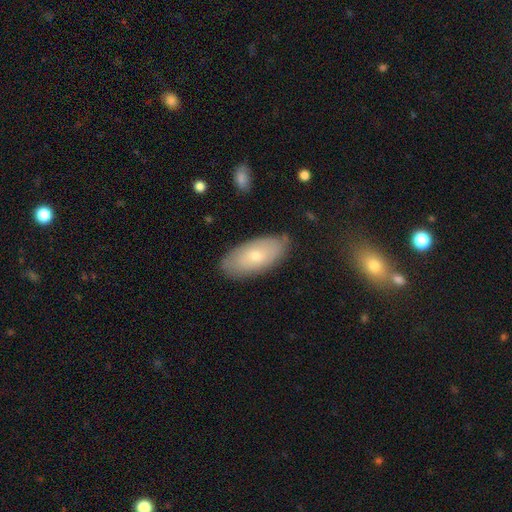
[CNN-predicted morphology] This is likely a smooth galaxy (61%). How rounded: clearly in between (91%). Merging: clearly none (81%).